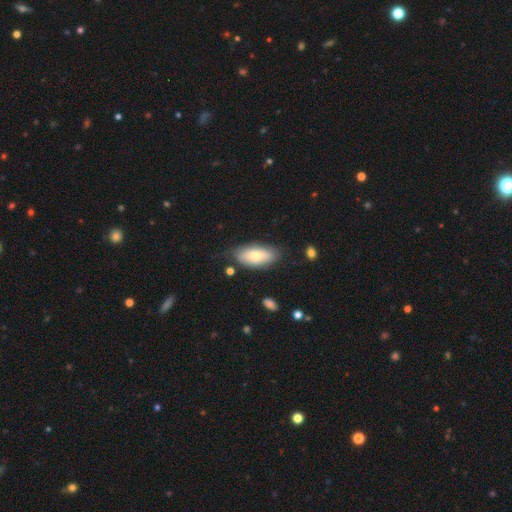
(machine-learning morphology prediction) smooth-or-featured: smooth: 67% | featured or disk: 26% | star or artifact: 6%
  how-rounded: in between: 89% | cigar-shaped: 9% | round: 3%
  merging: none: 73% | minor disturbance: 20% | major disturbance: 5% | merger: 3%